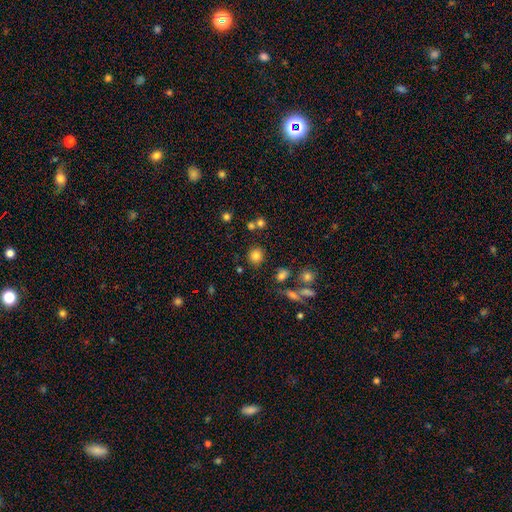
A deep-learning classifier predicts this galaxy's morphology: smooth 80%, star or artifact 14%, featured or disk 7%. Down the decision tree: how rounded — round (83%); merging — none (80%).